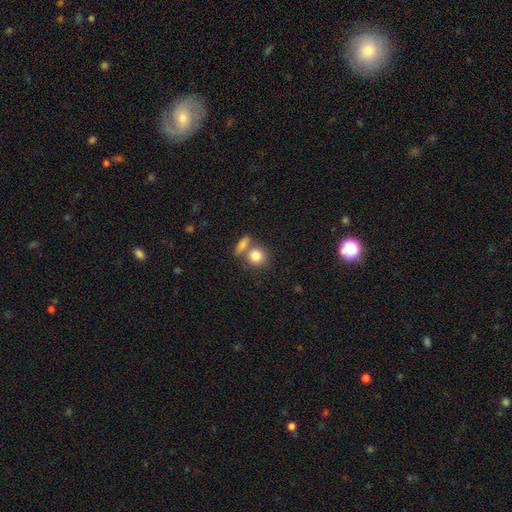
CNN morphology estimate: type=smooth (82%); roundness=round (76%); merging=none (51%).